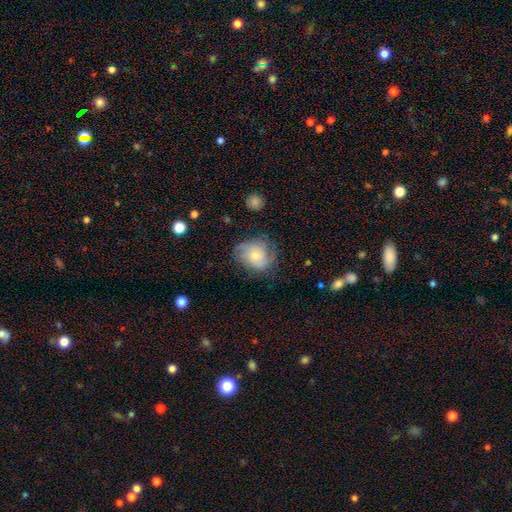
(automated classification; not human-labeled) smooth_or_featured: featured or disk (p=0.47) [alt: smooth p=0.44]
merging: none (p=0.64) [alt: minor disturbance p=0.24]